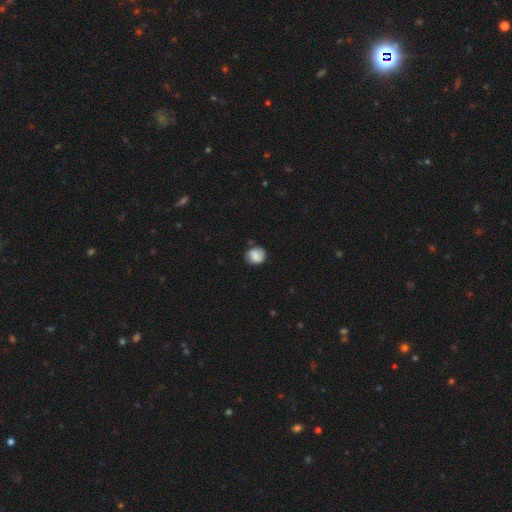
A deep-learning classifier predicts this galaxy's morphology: A smooth galaxy with no disk features (78%) that is round (77%).

Vote fractions:
- Smooth or featured? smooth: 78% / featured or disk: 14% / star or artifact: 8%
- How rounded? round: 77% / in between: 22% / cigar-shaped: 1%
- Merging? none: 71% / minor disturbance: 21% / major disturbance: 5% / merger: 3%